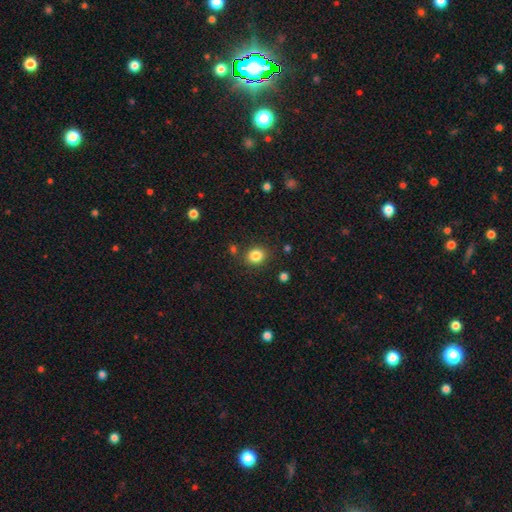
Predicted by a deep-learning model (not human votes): smooth 84%, star or artifact 11%, featured or disk 5%. Down the decision tree: how rounded — round (75%); merging — none (84%).